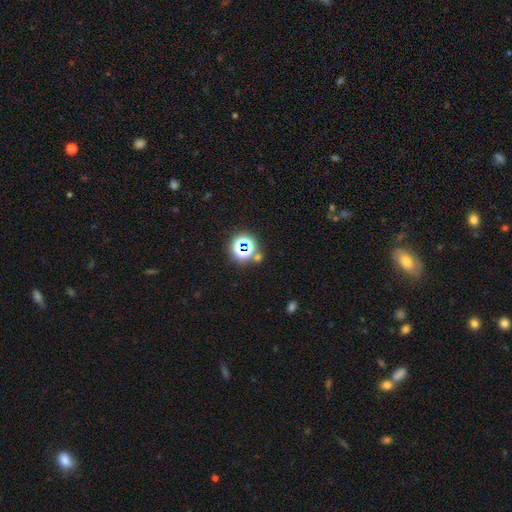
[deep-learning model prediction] This is likely a star or artifact rather than a galaxy (70%).